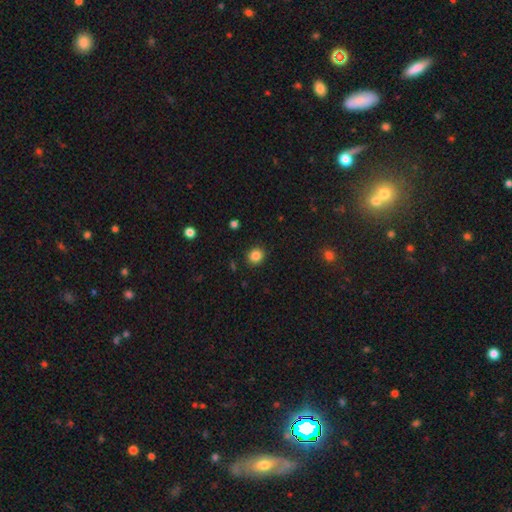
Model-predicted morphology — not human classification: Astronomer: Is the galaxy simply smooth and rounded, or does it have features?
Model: smooth — 84%.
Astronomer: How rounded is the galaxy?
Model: round — 84%.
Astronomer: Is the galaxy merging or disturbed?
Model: none — 91%.